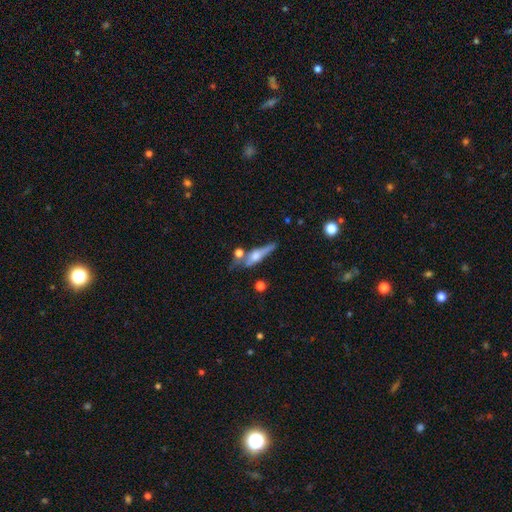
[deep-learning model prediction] A featured or disk galaxy (51%) viewed edge-on (85%).

Vote fractions:
- Smooth or featured? featured or disk: 51% / smooth: 41% / star or artifact: 8%
- Edge-on disk? yes: 85% / no: 15%
- Merging? none: 48% / minor disturbance: 22% / merger: 18% / major disturbance: 11%